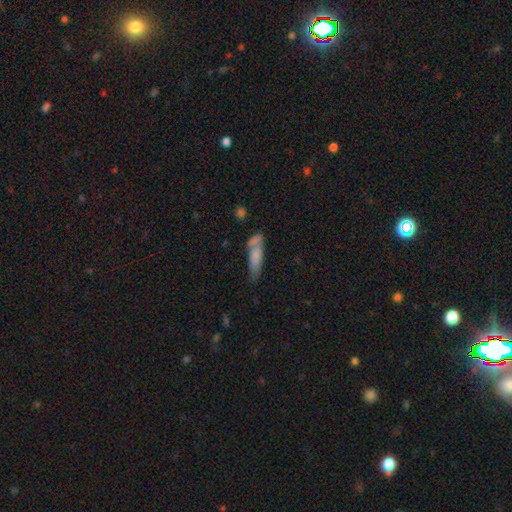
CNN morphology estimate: Smooth or featured: smooth — 72% (featured or disk — 21%)
How rounded: cigar-shaped — 53% (in between — 44%)
Merging: none — 45% (minor disturbance — 24%)